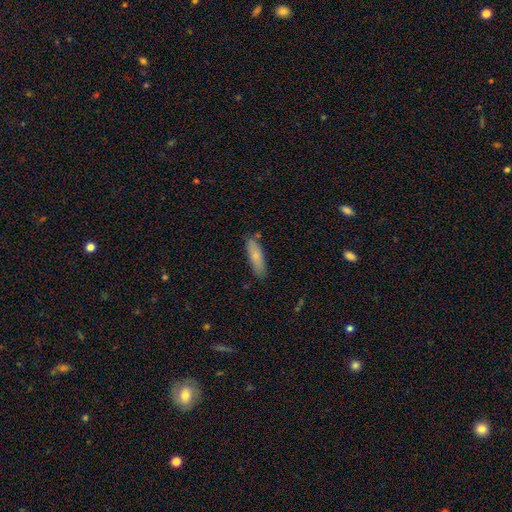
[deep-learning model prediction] This appears to be a smooth galaxy with no disk features (75%) that is cigar-shaped (57%). Merging: none (79%).